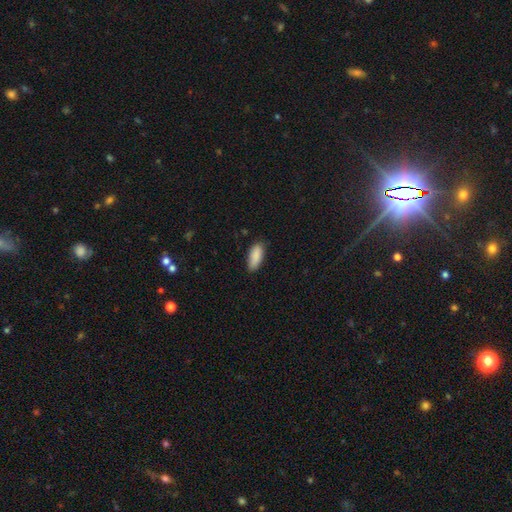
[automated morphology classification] A smooth galaxy with no disk features (89%) that is in between round and cigar-shaped (81%). Merging: none (80%).